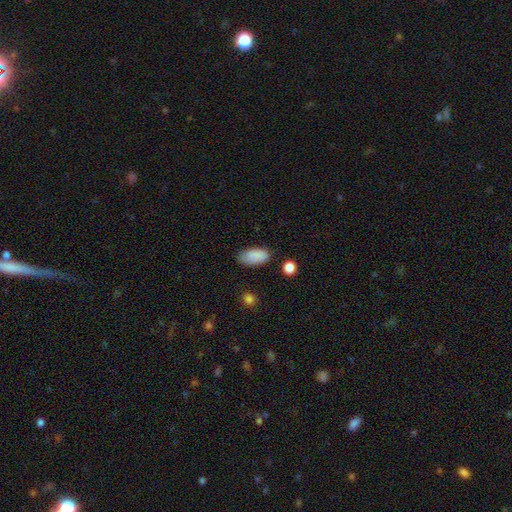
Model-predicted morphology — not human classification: Q: Smooth or featured?
A: smooth (87%); runner-up: star or artifact (7%)
Q: How rounded?
A: in between (93%); runner-up: cigar-shaped (4%)
Q: Merging?
A: none (77%); runner-up: minor disturbance (17%)